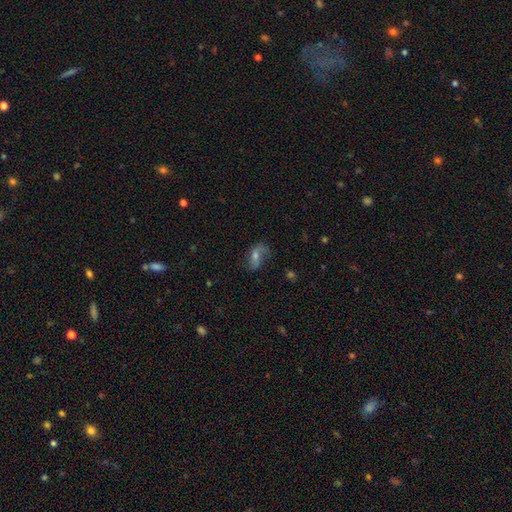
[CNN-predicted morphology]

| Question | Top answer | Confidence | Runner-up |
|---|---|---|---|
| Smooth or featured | featured or disk | 60% | smooth (26%) |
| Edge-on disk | no | 93% | yes (7%) |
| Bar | no | 44% | weak (39%) |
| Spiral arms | yes | 84% | no (16%) |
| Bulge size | moderate | 47% | small (39%) |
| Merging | none | 55% | minor disturbance (22%) |